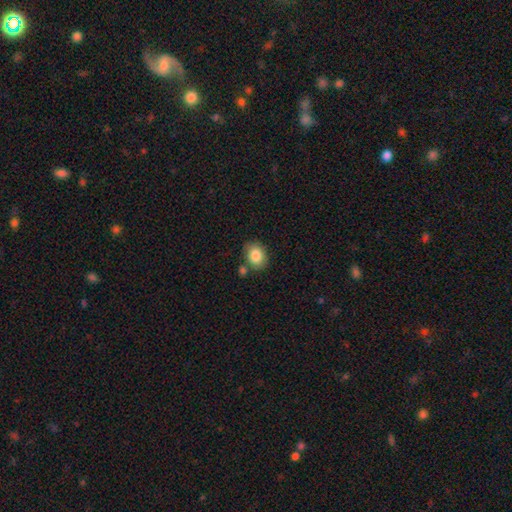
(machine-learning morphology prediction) This appears to be a smooth galaxy with no disk features (85%) that is in between round and cigar-shaped (60%). Merging: none (74%).